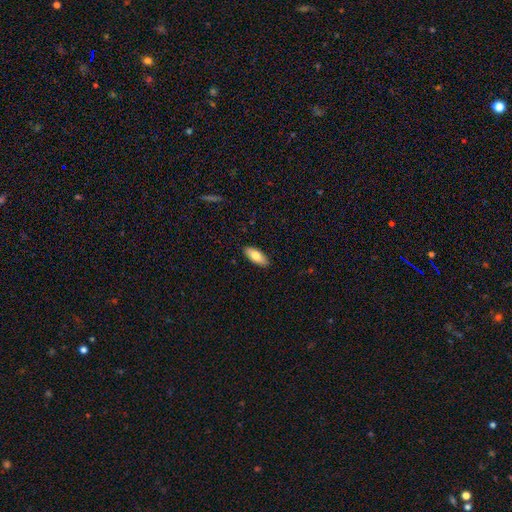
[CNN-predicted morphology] Smooth or featured? smooth (78%)
How rounded? in between (81%)
Merging? none (89%)